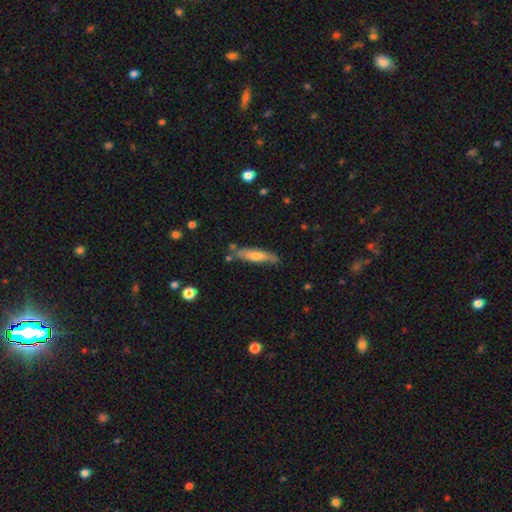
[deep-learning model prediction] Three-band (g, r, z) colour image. It shows a smooth galaxy with no disk features (52%) that is cigar-shaped (80%). Merging: none (73%).